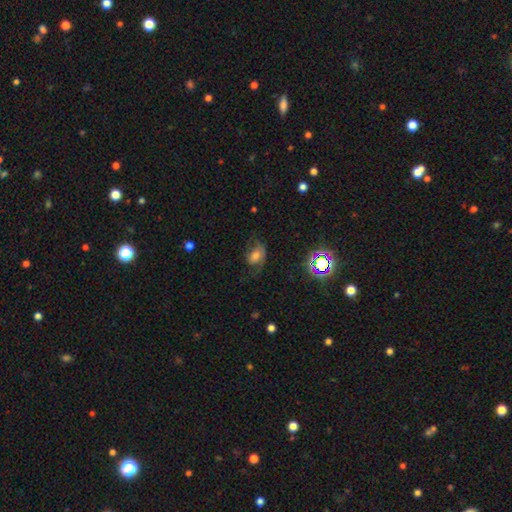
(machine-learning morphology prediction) smooth-or-featured: featured or disk: 50% | smooth: 35% | star or artifact: 15%
  disk-edge-on: no: 95% | yes: 5%
  merging: none: 47% | major disturbance: 27% | minor disturbance: 24% | merger: 2%